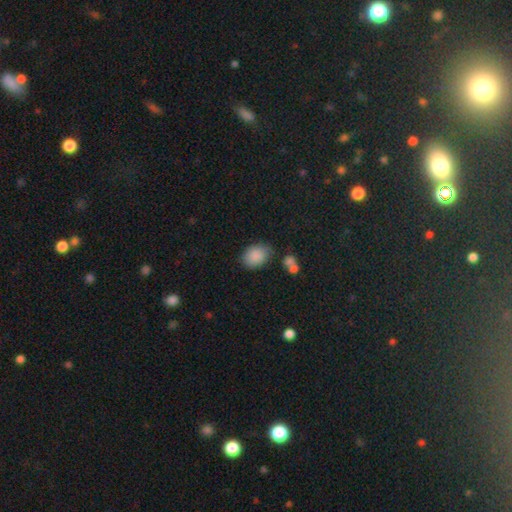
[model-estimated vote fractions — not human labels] This appears to be a smooth galaxy with no disk features (87%) that is in between round and cigar-shaped (73%). Merging: none (73%).